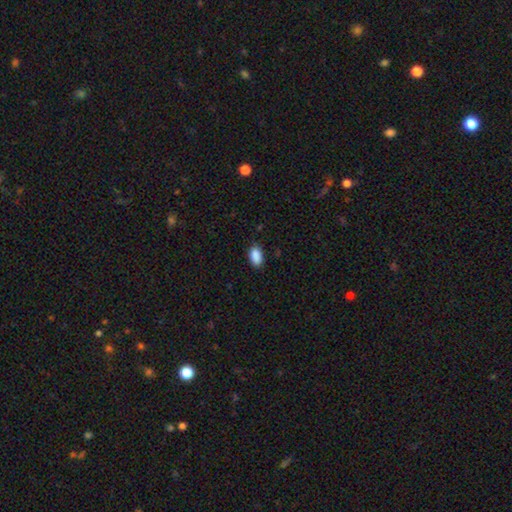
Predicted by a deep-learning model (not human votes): This is clearly a smooth galaxy (90%). How rounded: clearly in between (92%). Merging: clearly none (83%).